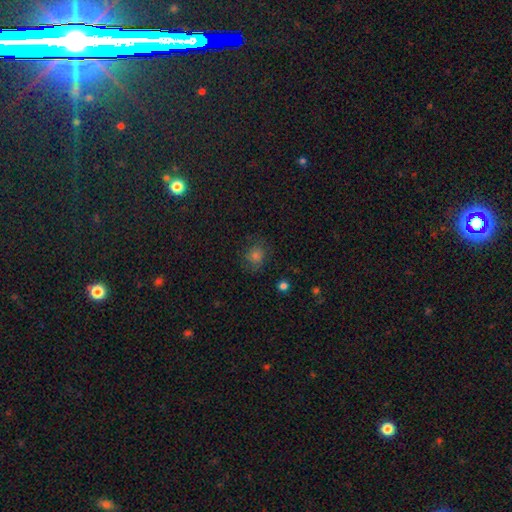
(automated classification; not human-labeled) This appears to be a smooth galaxy with no disk features (65%) that is round (71%). Merging: none (74%).